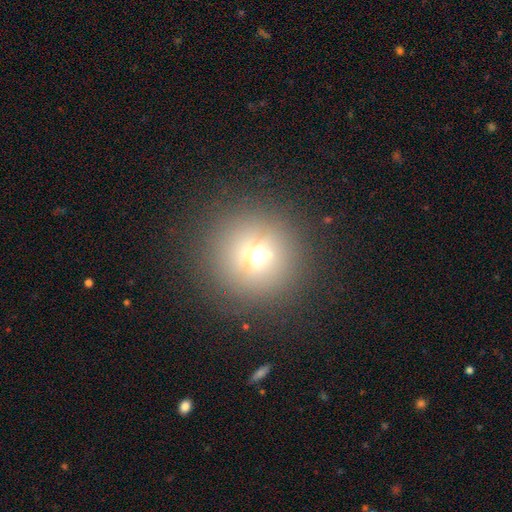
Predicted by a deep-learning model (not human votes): smooth-or-featured: smooth: 59% | star or artifact: 25% | featured or disk: 16%
  how-rounded: round: 95% | in between: 4% | cigar-shaped: 1%
  merging: none: 81% | minor disturbance: 8% | merger: 6% | major disturbance: 5%